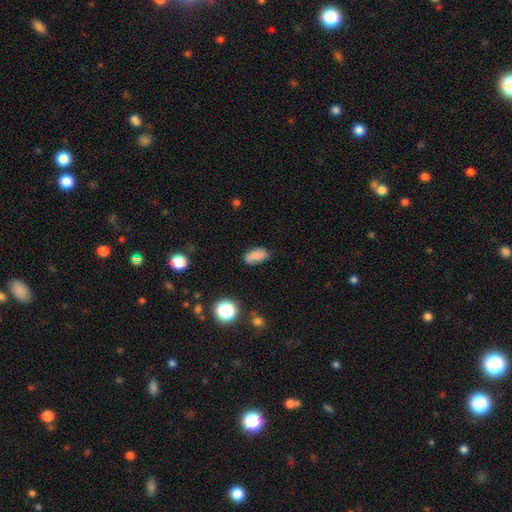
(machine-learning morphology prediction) This appears to be a smooth galaxy with no disk features (78%) that is in between round and cigar-shaped (89%). Merging: none (71%).